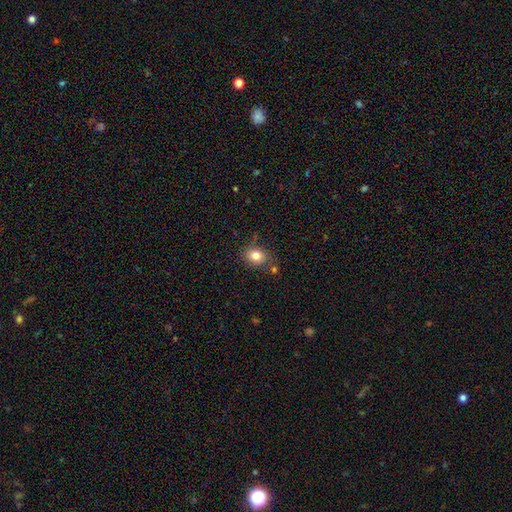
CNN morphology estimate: A smooth galaxy with no disk features (81%) that is round (54%).

Vote fractions:
- Smooth or featured? smooth: 81% / star or artifact: 11% / featured or disk: 8%
- How rounded? round: 54% / in between: 45% / cigar-shaped: 1%
- Merging? none: 76% / minor disturbance: 14% / merger: 7% / major disturbance: 4%